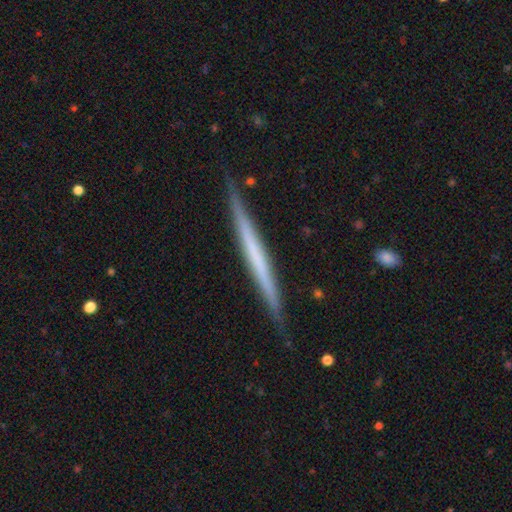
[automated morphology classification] Smooth or featured: featured or disk — 58% (smooth — 36%)
Edge-on disk: yes — 97% (no — 3%)
Edge-on bulge: none — 89% (rounded — 6%)
Merging: none — 88% (minor disturbance — 9%)